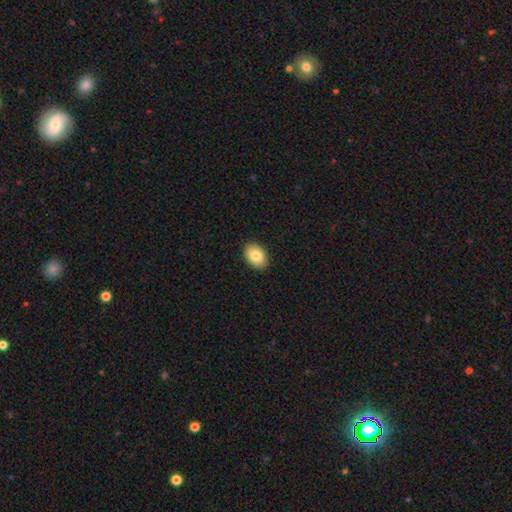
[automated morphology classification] Smooth or featured: smooth — 85% (featured or disk — 8%)
How rounded: in between — 81% (round — 18%)
Merging: none — 90% (minor disturbance — 7%)